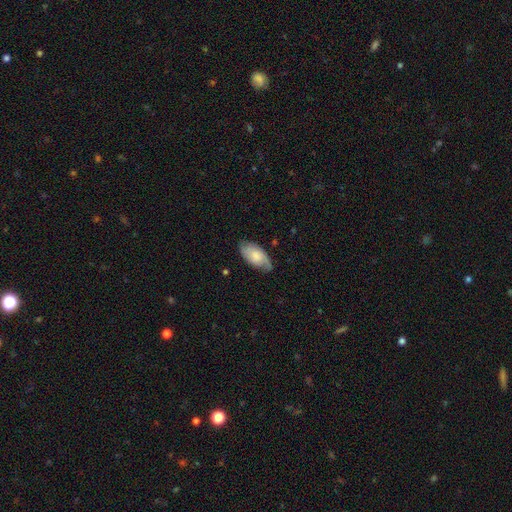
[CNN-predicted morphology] Smooth or featured? smooth (49%)
Merging? none (72%)